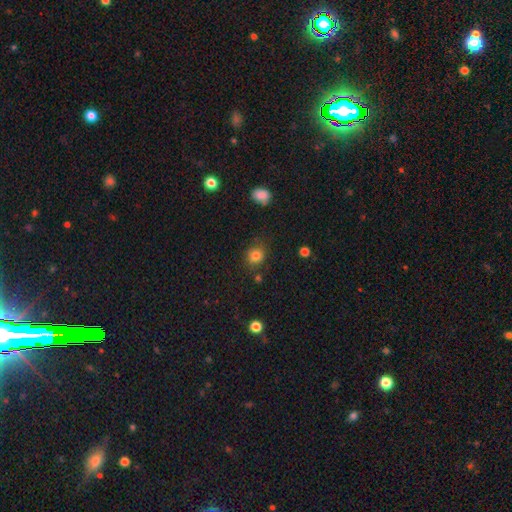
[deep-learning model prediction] Morphology: type=smooth (81%); roundness=round (76%); merging=none (76%).